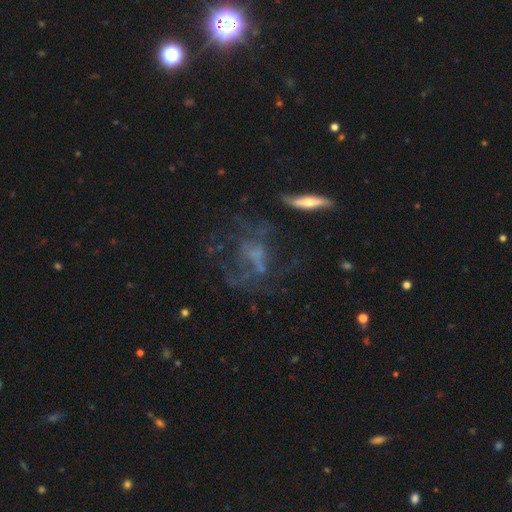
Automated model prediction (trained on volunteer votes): smooth_or_featured: featured or disk (p=0.62) [alt: star or artifact p=0.19]
disk_edge_on: no (p=0.90) [alt: yes p=0.10]
bar: no (p=0.74) [alt: weak p=0.19]
has_spiral_arms: no (p=0.66) [alt: yes p=0.34]
bulge_size: none (p=0.57) [alt: small p=0.22]
merging: none (p=0.48) [alt: major disturbance p=0.31]